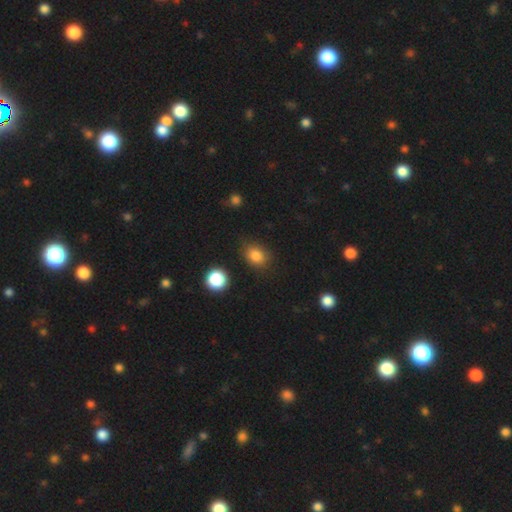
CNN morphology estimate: The model was most divided on "how rounded": in between: 59%, round: 39%, cigar-shaped: 1%. More confident: smooth or featured — smooth (83%); merging — none (81%).